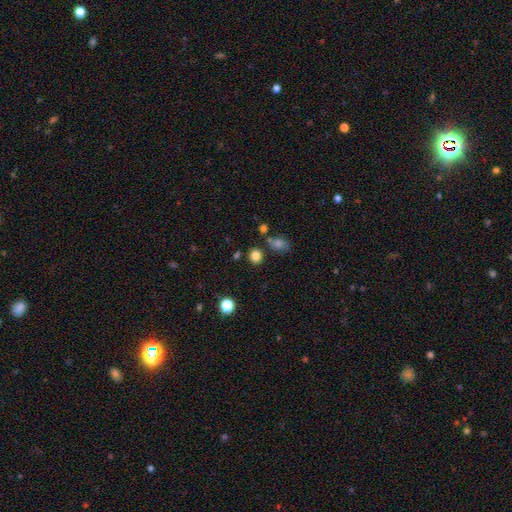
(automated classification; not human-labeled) Smooth or featured?
  - smooth: 82% *
  - star or artifact: 13%
  - featured or disk: 5%
How rounded?
  - round: 76% *
  - in between: 23%
  - cigar-shaped: 1%
Merging?
  - none: 80% *
  - minor disturbance: 10%
  - merger: 7%
  - major disturbance: 3%